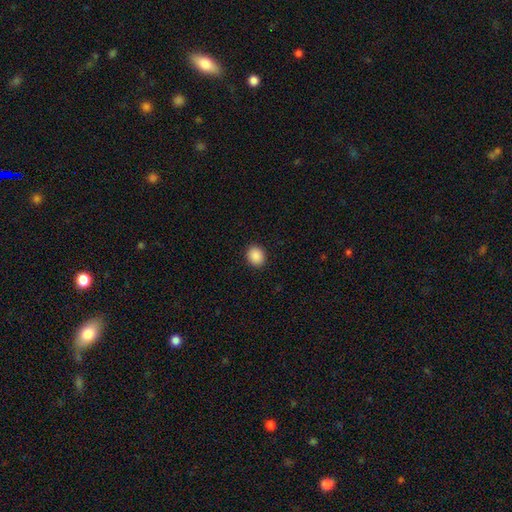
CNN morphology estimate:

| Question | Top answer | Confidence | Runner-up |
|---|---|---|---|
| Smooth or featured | smooth | 89% | star or artifact (8%) |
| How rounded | round | 66% | in between (33%) |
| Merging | none | 91% | minor disturbance (6%) |